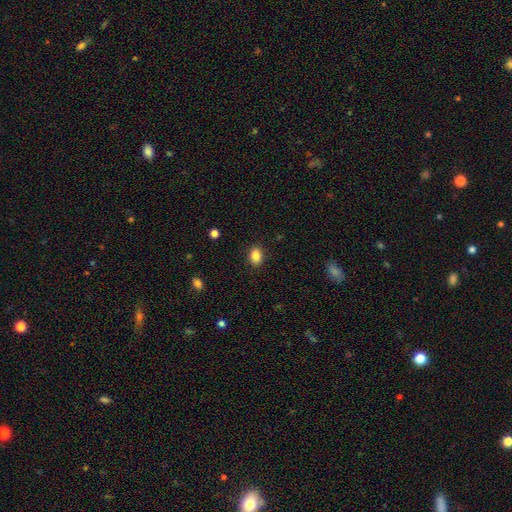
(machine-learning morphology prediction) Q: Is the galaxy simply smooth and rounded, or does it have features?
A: smooth — 86%.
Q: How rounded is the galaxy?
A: in between — 69%.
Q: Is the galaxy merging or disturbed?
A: none — 88%.